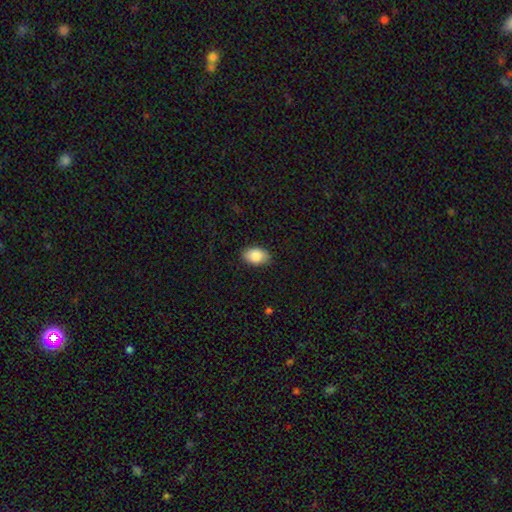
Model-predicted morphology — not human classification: type=smooth (88%); roundness=in between (89%); merging=none (86%).